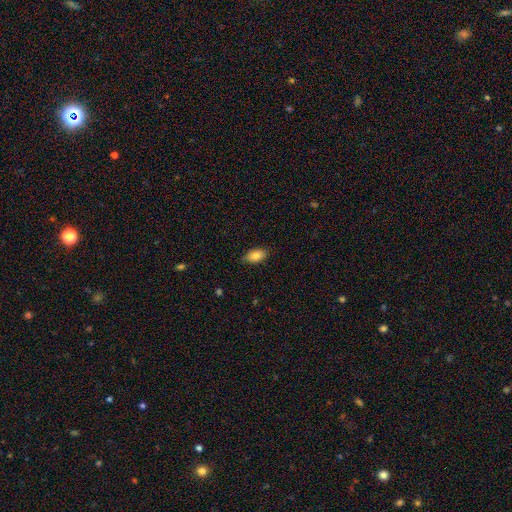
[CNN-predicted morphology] Smooth or featured: smooth — 83% (featured or disk — 10%)
How rounded: in between — 92% (round — 5%)
Merging: none — 83% (minor disturbance — 13%)